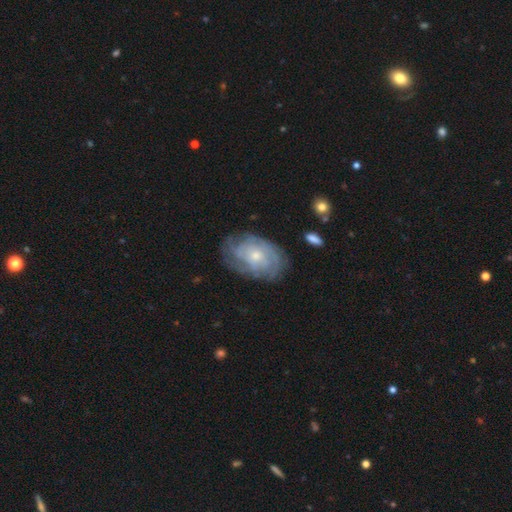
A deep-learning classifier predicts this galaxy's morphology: A featured or disk galaxy (73%) with no bar (79%), tight (65%) spiral arms (85%) and a small central bulge (55%).

Vote fractions:
- Smooth or featured? featured or disk: 73% / smooth: 21% / star or artifact: 6%
- Edge-on disk? no: 96% / yes: 4%
- Bar? no: 79% / weak: 19% / strong: 3%
- Spiral arms? yes: 85% / no: 15%
- Spiral winding? tight: 65% / medium: 26% / loose: 9%
- Spiral arm count? can't tell: 56% / 2: 12% / 3: 11% / 4: 10% / more than 4: 5% / 1: 5%
- Bulge size? small: 55% / moderate: 40% / large: 2% / none: 2% / dominant: 1%
- Merging? none: 71% / minor disturbance: 20% / major disturbance: 8% / merger: 2%